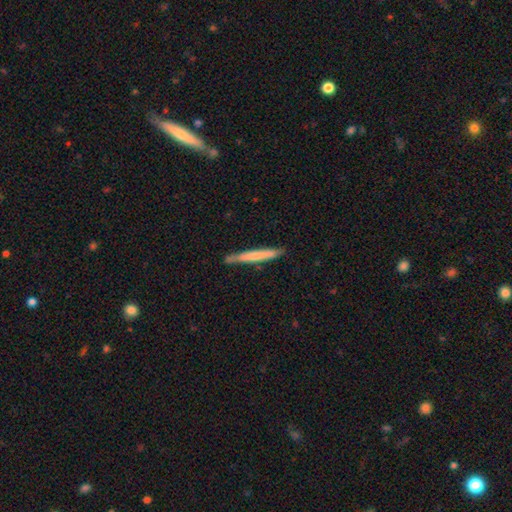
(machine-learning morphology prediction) A smooth galaxy with no disk features (61%) that is cigar-shaped (96%). Merging: none (83%).